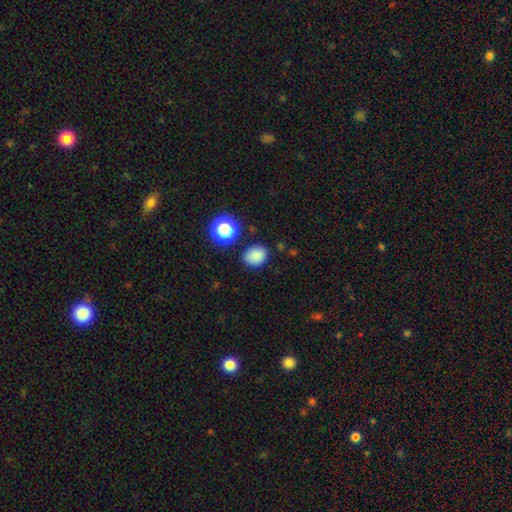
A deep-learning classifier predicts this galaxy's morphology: smooth-or-featured: smooth: 82% | star or artifact: 13% | featured or disk: 5%
  how-rounded: in between: 54% | round: 46% | cigar-shaped: 1%
  merging: none: 81% | minor disturbance: 13% | major disturbance: 3% | merger: 3%